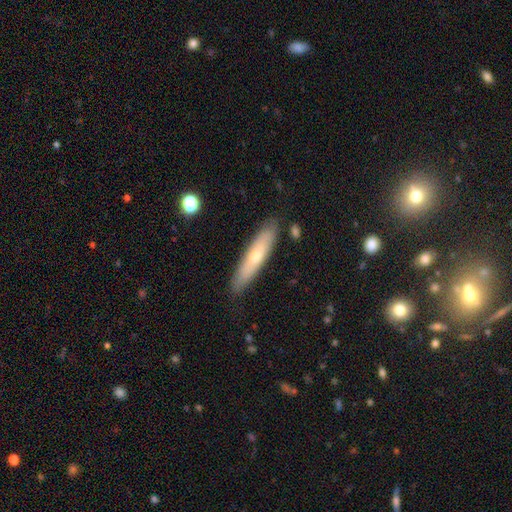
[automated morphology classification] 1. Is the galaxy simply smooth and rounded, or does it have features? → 56% smooth, 37% featured or disk, 6% star or artifact.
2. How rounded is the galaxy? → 81% cigar-shaped, 17% in between, 2% round.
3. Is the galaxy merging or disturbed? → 85% none, 11% minor disturbance, 2% major disturbance, 2% merger.